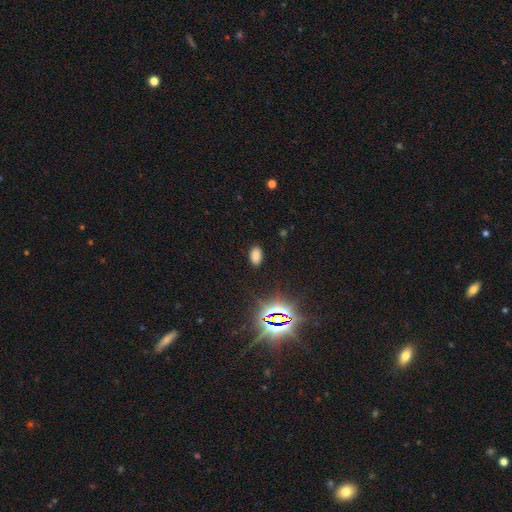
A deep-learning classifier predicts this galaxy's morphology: The model was most divided on "smooth or featured": smooth: 75%, star or artifact: 21%, featured or disk: 5%. More confident: how rounded — in between (92%); merging — none (88%).